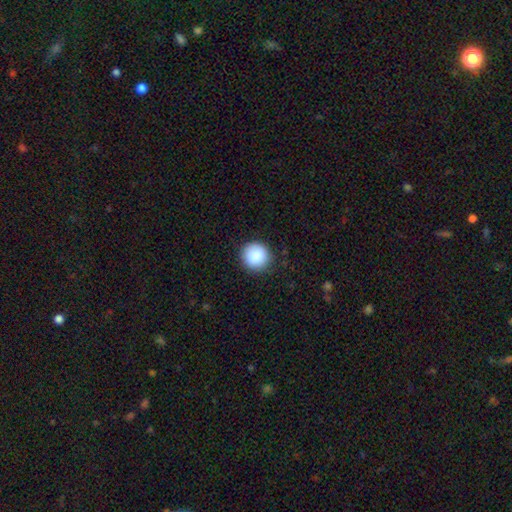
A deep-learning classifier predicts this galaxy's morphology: This is clearly a smooth galaxy (89%). How rounded: clearly round (95%). Merging: clearly none (90%).